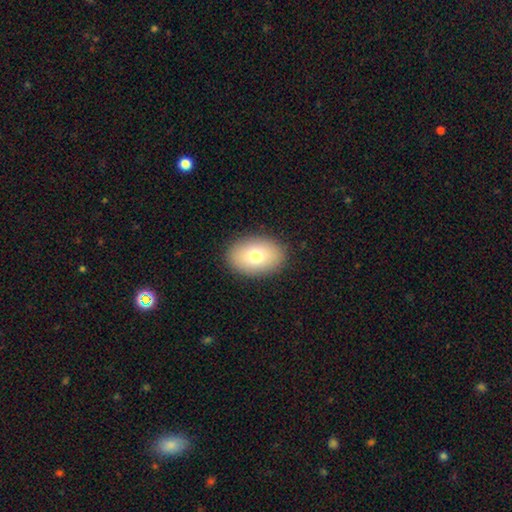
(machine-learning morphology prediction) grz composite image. It shows a smooth galaxy with no disk features (77%) that is in between round and cigar-shaped (83%). Merging: none (90%).